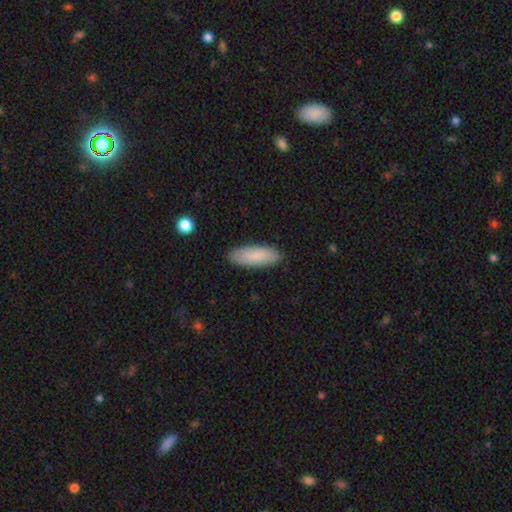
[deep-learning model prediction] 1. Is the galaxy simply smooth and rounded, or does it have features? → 87% smooth, 8% featured or disk, 5% star or artifact.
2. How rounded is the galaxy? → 59% in between, 39% cigar-shaped, 1% round.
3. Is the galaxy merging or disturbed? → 88% none, 9% minor disturbance, 2% major disturbance, 1% merger.